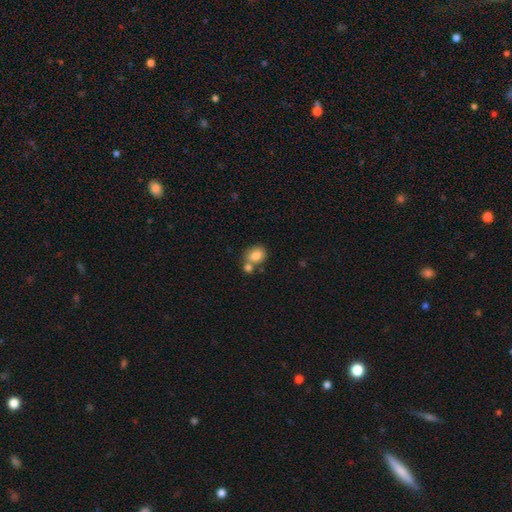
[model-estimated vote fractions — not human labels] Q: Smooth or featured?
A: smooth (82%); runner-up: featured or disk (10%)
Q: How rounded?
A: round (52%); runner-up: in between (47%)
Q: Merging?
A: none (47%); runner-up: merger (37%)